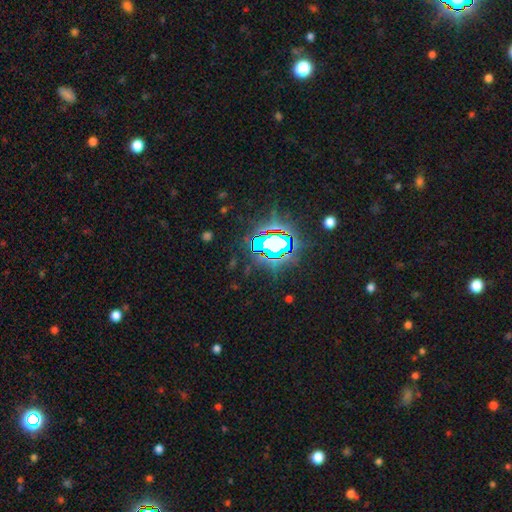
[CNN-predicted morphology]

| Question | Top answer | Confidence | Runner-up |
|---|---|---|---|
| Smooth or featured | star or artifact | 82% | smooth (10%) |